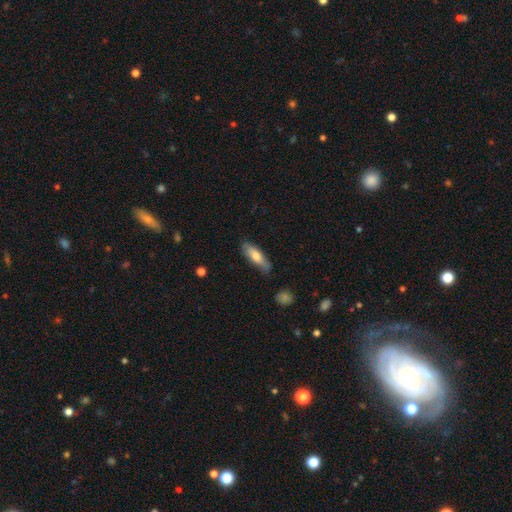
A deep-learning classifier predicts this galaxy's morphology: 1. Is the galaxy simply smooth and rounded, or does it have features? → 70% smooth, 24% featured or disk, 6% star or artifact.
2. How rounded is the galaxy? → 50% in between, 48% cigar-shaped, 2% round.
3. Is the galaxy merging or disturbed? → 79% none, 16% minor disturbance, 3% major disturbance, 2% merger.